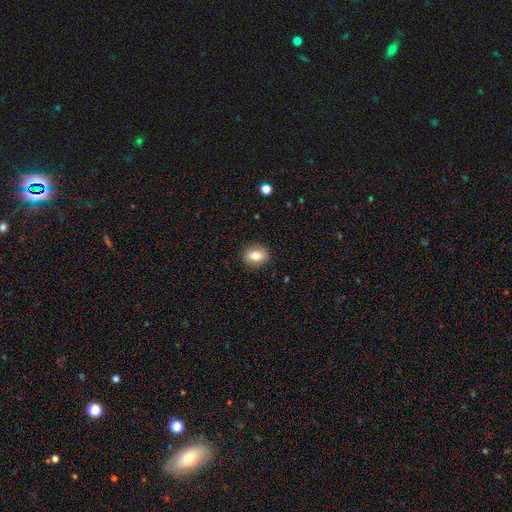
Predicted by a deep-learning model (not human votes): This appears to be a smooth galaxy with no disk features (77%) that is in between round and cigar-shaped (52%). Merging: none (88%).